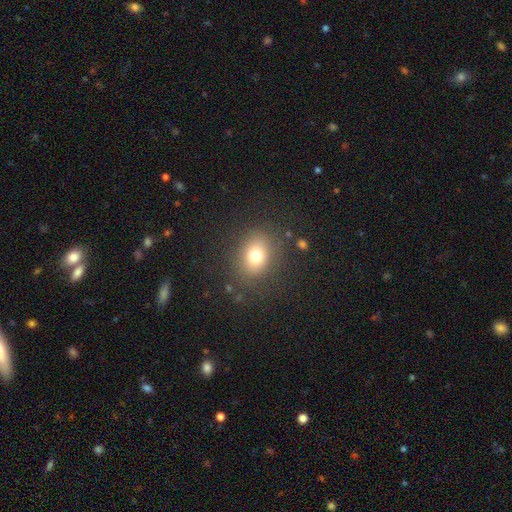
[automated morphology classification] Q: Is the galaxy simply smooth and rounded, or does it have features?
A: smooth — 75%.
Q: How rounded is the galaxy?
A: in between — 53%.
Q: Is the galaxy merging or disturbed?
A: none — 83%.